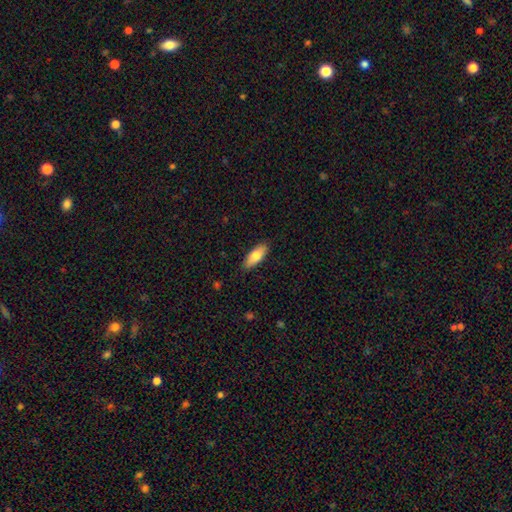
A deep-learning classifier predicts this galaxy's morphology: Overall: smooth (76%). How rounded: in between (73%). Merging: none (87%).